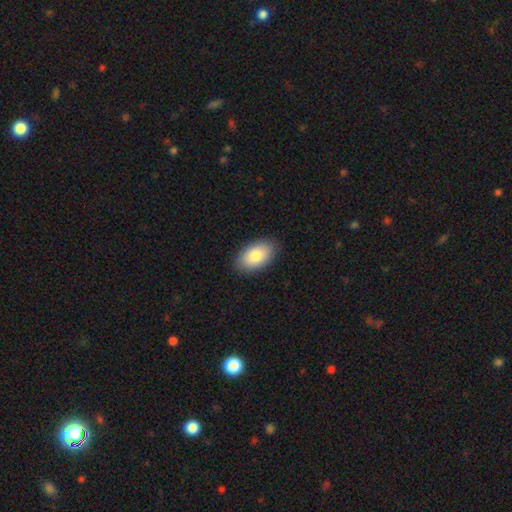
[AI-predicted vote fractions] This appears to be a smooth galaxy with no disk features (82%) that is in between round and cigar-shaped (93%). Merging: none (87%).